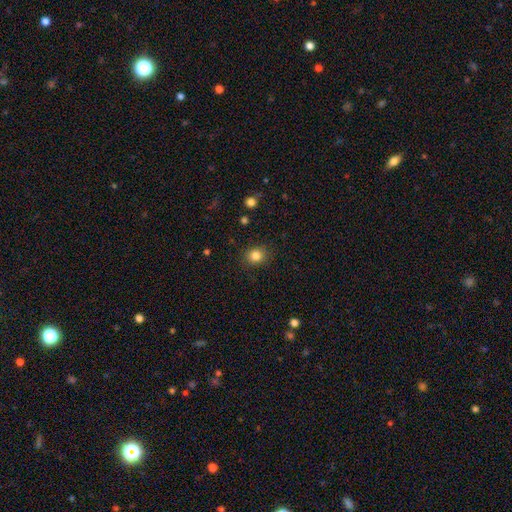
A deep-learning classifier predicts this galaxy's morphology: This appears to be a smooth galaxy with no disk features (84%) that is round (76%). Merging: none (88%).